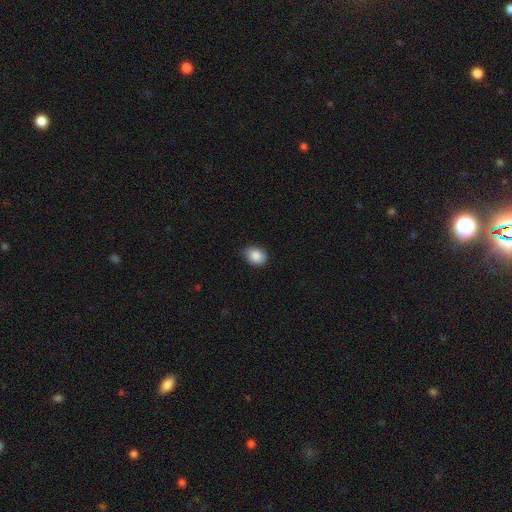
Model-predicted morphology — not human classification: smooth-or-featured: smooth: 87% | star or artifact: 8% | featured or disk: 6%
  how-rounded: in between: 58% | round: 41% | cigar-shaped: 1%
  merging: none: 75% | minor disturbance: 22% | major disturbance: 3% | merger: 1%